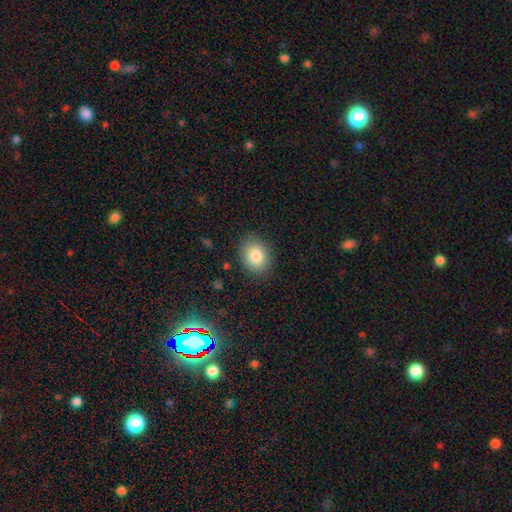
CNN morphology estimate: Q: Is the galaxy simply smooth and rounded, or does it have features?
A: smooth — 82%.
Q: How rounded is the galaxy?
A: in between — 53%.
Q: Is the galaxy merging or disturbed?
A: none — 86%.